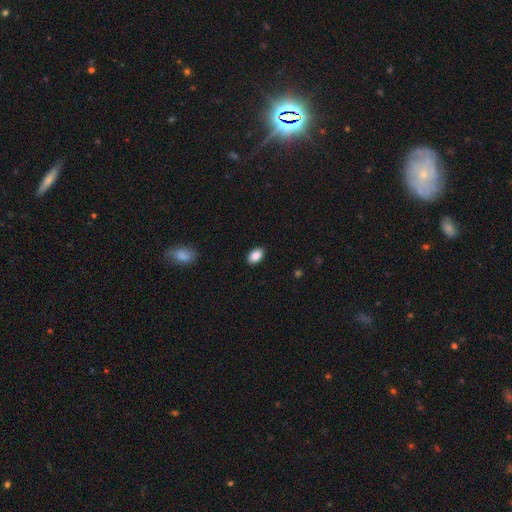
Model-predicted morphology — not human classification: smooth-or-featured: smooth: 87% | star or artifact: 8% | featured or disk: 5%
  how-rounded: in between: 91% | round: 8% | cigar-shaped: 2%
  merging: none: 89% | minor disturbance: 8% | major disturbance: 2% | merger: 1%